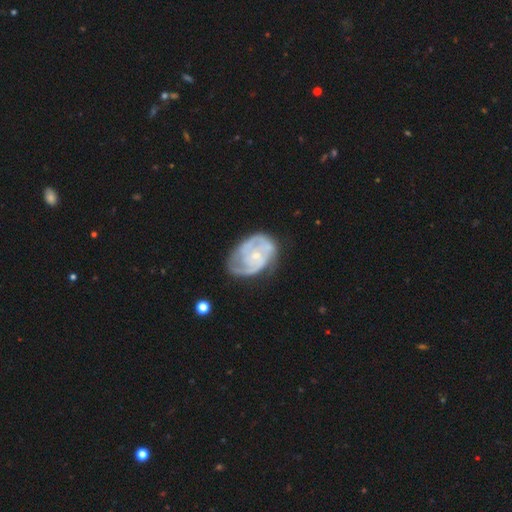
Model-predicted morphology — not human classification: type=featured or disk (83%); edge-on=no (98%); bar=no (70%); spiral arms=yes (92%); winding=tight (48%); arm count=2 (45%); bulge=small (70%); merging=none (55%).